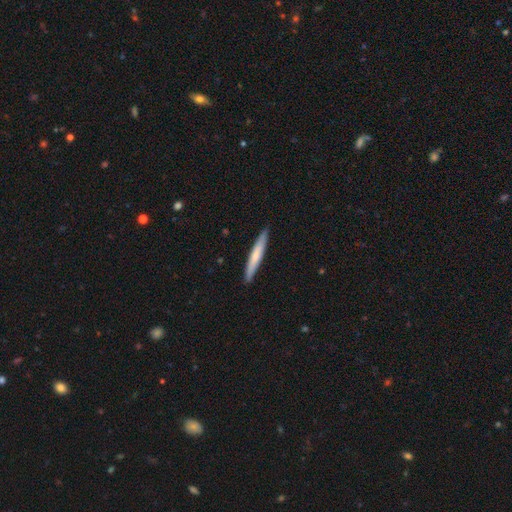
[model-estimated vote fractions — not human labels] The model was most divided on "smooth or featured": smooth: 60%, featured or disk: 35%, star or artifact: 5%. More confident: how rounded — cigar-shaped (95%); merging — none (90%).